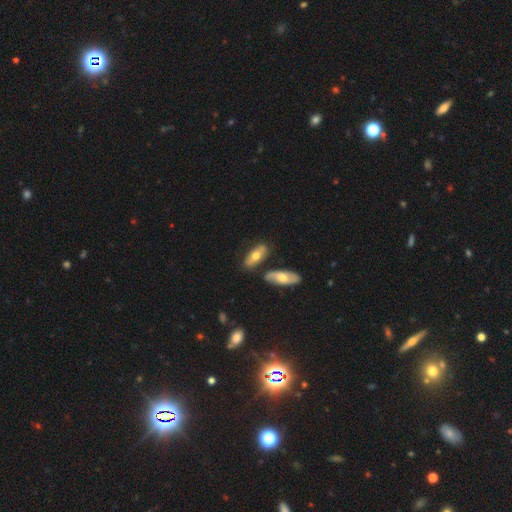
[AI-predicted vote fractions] smooth 57%, featured or disk 37%, star or artifact 7%. Down the decision tree: how rounded — in between (76%); merging — none (69%).